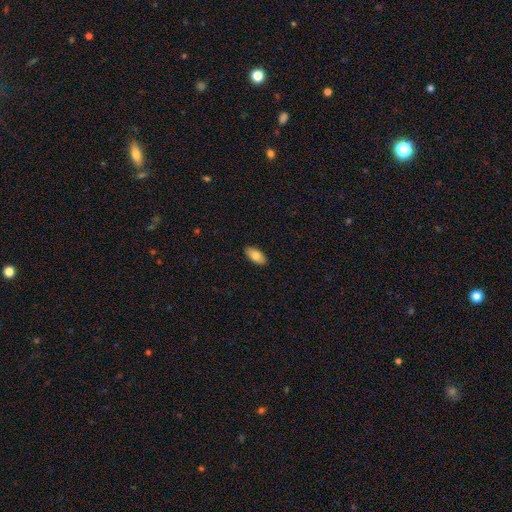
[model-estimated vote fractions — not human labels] This is likely a smooth galaxy (80%). How rounded: clearly in between (94%). Merging: clearly none (90%).